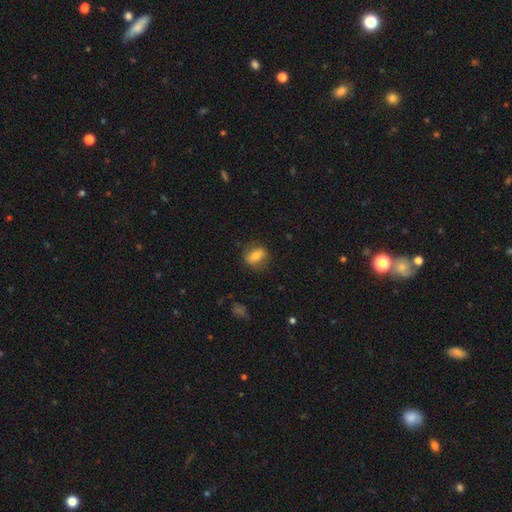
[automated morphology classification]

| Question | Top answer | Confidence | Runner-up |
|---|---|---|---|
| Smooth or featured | smooth | 65% | featured or disk (27%) |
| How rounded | in between | 68% | round (26%) |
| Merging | none | 75% | minor disturbance (17%) |